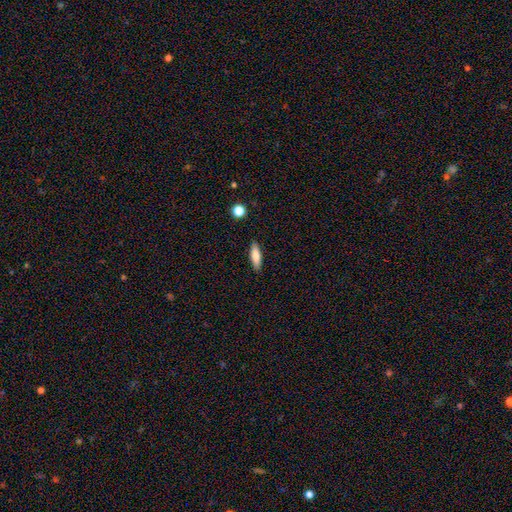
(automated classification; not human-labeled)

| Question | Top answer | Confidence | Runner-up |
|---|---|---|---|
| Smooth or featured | smooth | 79% | featured or disk (14%) |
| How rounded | cigar-shaped | 52% | in between (46%) |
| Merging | none | 87% | minor disturbance (9%) |